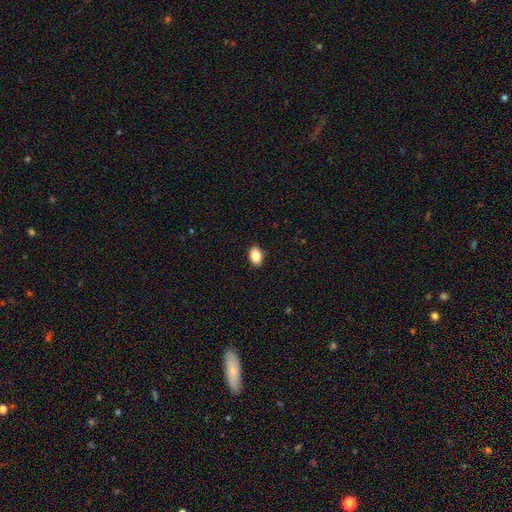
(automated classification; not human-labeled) This appears to be a smooth galaxy with no disk features (86%) that is in between round and cigar-shaped (83%). Merging: none (90%).